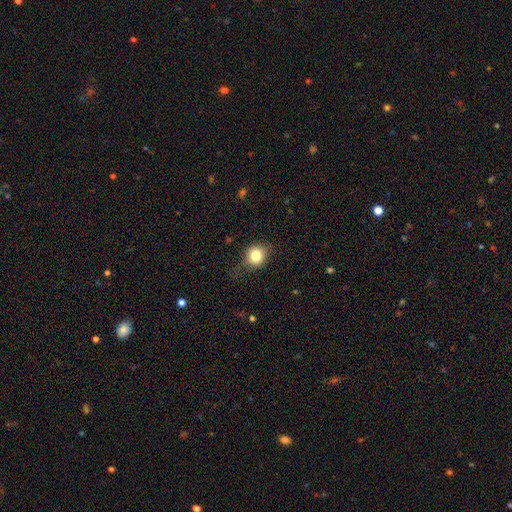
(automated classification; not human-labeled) The model was most divided on "merging": none: 63%, minor disturbance: 25%, major disturbance: 11%, merger: 1%. More confident: smooth or featured — smooth (77%); how rounded — round (74%).